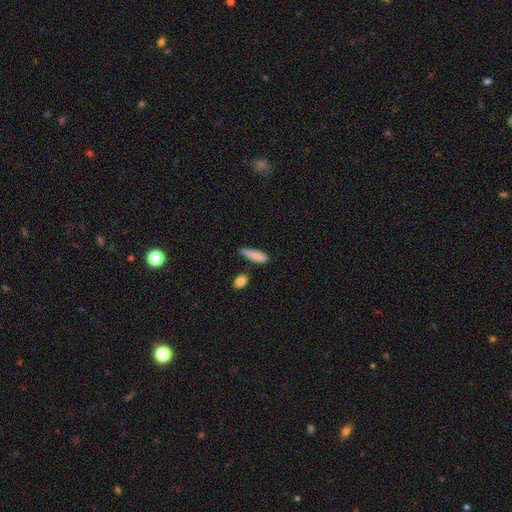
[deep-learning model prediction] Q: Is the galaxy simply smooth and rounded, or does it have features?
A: smooth — 85%.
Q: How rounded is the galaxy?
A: cigar-shaped — 57%.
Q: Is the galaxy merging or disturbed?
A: none — 58%.